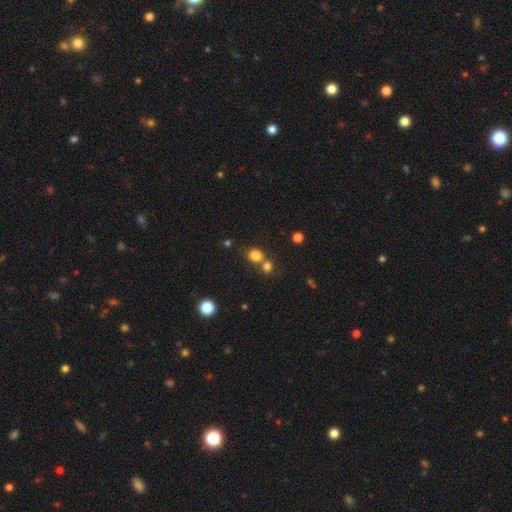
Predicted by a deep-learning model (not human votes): A smooth galaxy with no disk features (80%) that is round (68%). Merging: none (54%).